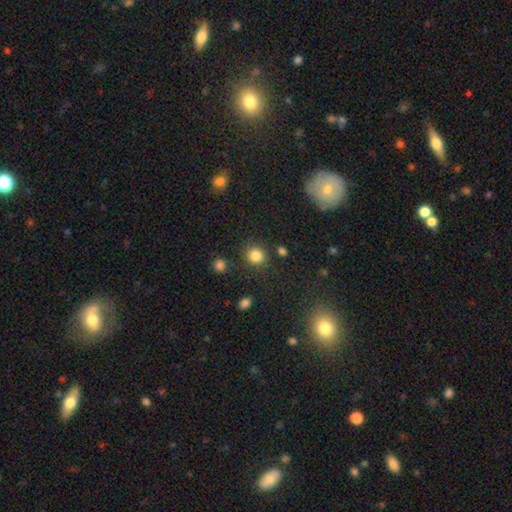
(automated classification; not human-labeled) Smooth or featured? Predicted: smooth (p=0.84). How rounded? Predicted: round (p=0.89). Merging? Predicted: none (p=0.84).